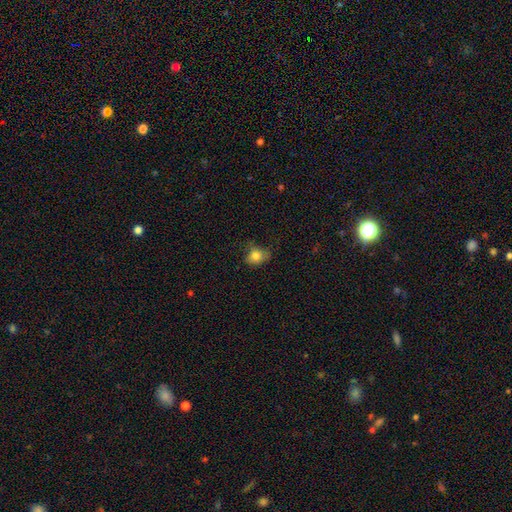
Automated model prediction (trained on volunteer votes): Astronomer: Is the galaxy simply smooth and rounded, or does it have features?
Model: smooth — 82%.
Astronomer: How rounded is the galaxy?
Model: in between — 57% (runner-up: round, 42%).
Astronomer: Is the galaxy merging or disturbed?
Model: none — 56% (runner-up: minor disturbance, 32%).